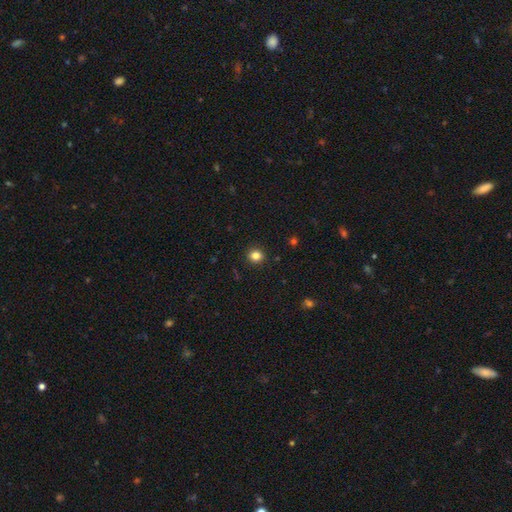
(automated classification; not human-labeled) A smooth galaxy with no disk features (83%) that is round (82%). Merging: none (92%).